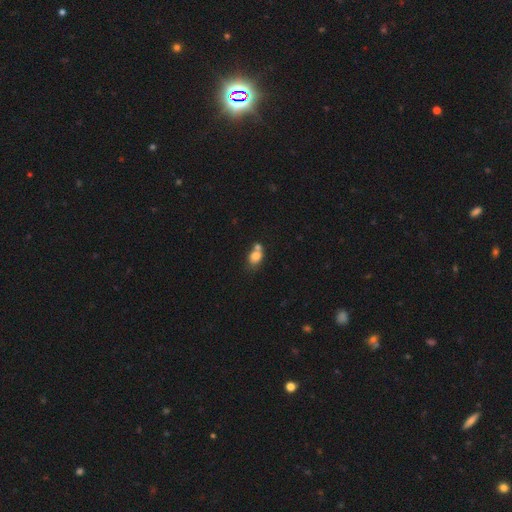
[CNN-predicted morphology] type=smooth (77%); roundness=in between (63%); merging=merger (48%).